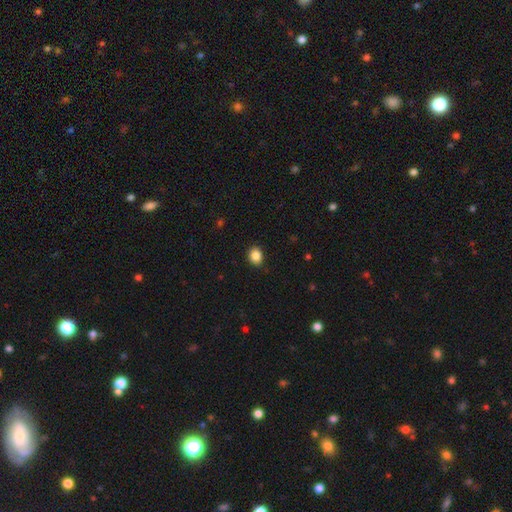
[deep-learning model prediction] Smooth or featured? Predicted: smooth (p=0.86). How rounded? Predicted: round (p=0.58). Merging? Predicted: none (p=0.90).